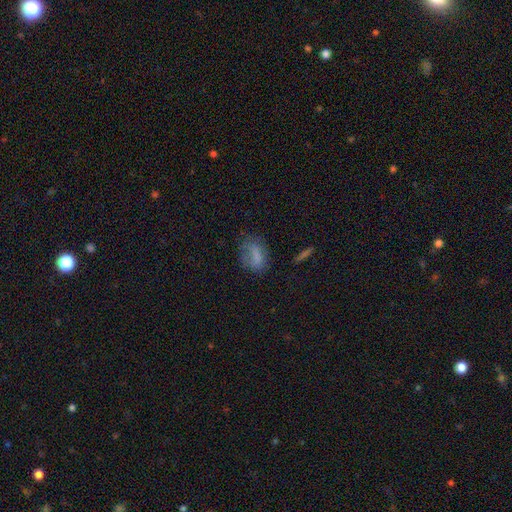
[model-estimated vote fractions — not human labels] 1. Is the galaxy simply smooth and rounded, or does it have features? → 70% smooth, 19% featured or disk, 11% star or artifact.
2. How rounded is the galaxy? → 78% in between, 17% round, 6% cigar-shaped.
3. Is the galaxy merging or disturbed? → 50% none, 27% minor disturbance, 20% major disturbance, 3% merger.